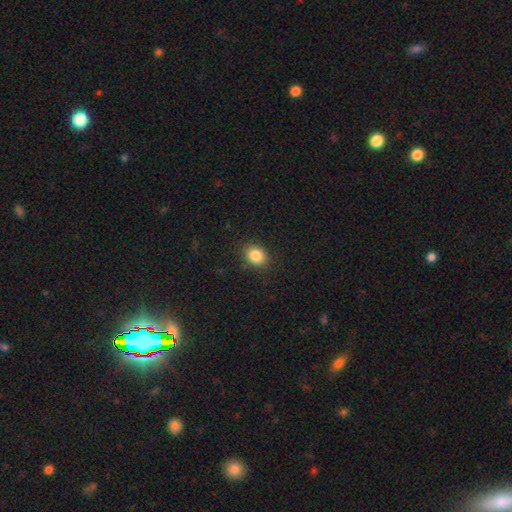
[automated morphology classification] Smooth or featured: smooth — 85% (star or artifact — 10%)
How rounded: round — 58% (in between — 41%)
Merging: none — 87% (minor disturbance — 10%)